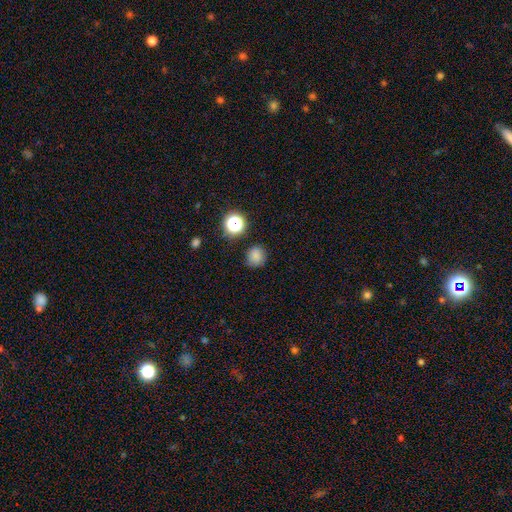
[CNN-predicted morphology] smooth_or_featured: smooth (p=0.78) [alt: star or artifact p=0.16]
how_rounded: round (p=0.86) [alt: in between p=0.13]
merging: none (p=0.81) [alt: minor disturbance p=0.13]